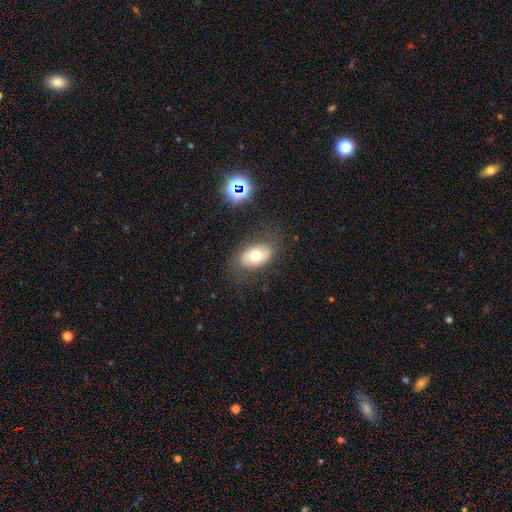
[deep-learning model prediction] Overall: smooth (63%; featured or disk 27%). How rounded: in between (89%). Merging: none (77%).